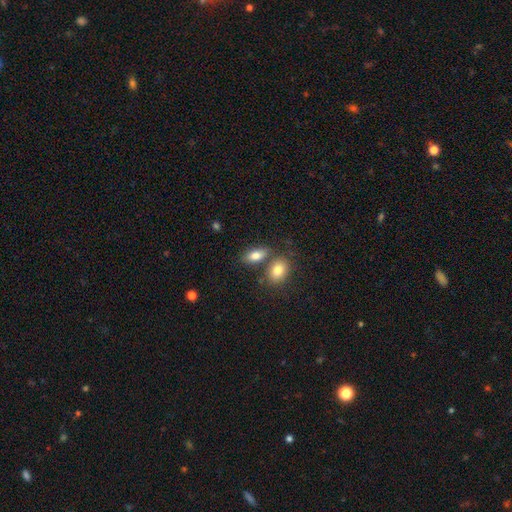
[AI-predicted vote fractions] smooth 81%, featured or disk 11%, star or artifact 8%. Down the decision tree: how rounded — in between (87%); merging — none (62%).